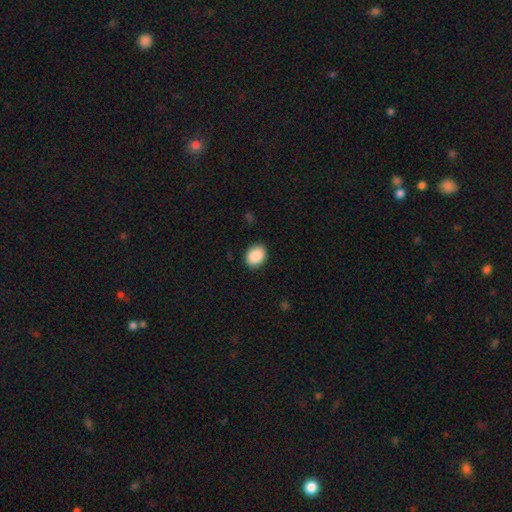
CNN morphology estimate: smooth 90%, star or artifact 7%, featured or disk 3%. Down the decision tree: how rounded — in between (62%); merging — none (89%).